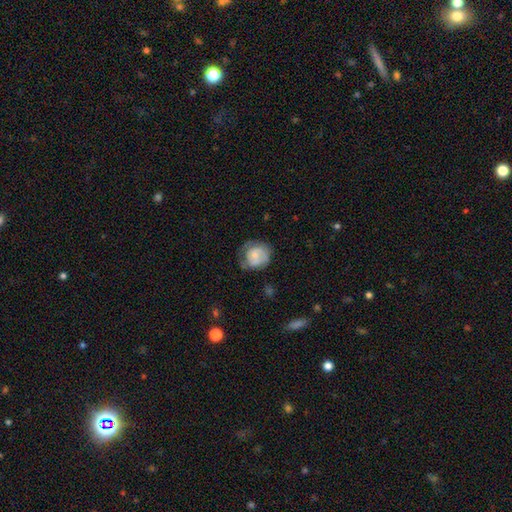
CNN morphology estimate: Smooth or featured? smooth (57%)
How rounded? round (72%)
Merging? none (50%)